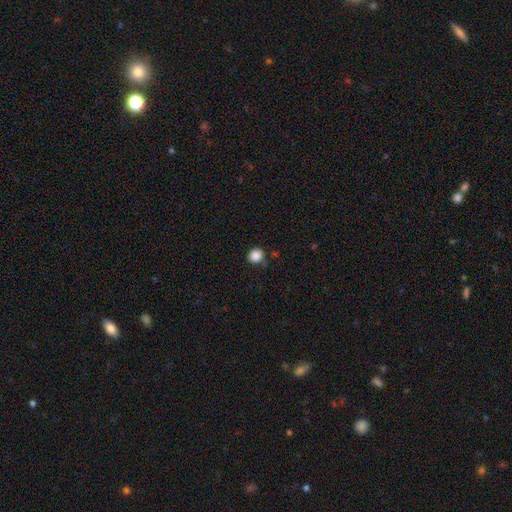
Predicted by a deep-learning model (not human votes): Morphology: type=smooth (86%); roundness=round (89%); merging=none (85%).